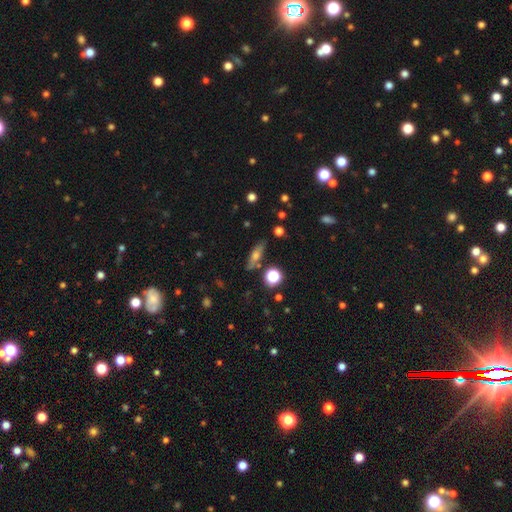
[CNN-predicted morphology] Q: Smooth or featured?
A: smooth (51%); runner-up: featured or disk (36%)
Q: How rounded?
A: cigar-shaped (52%); runner-up: in between (39%)
Q: Merging?
A: none (81%); runner-up: minor disturbance (12%)